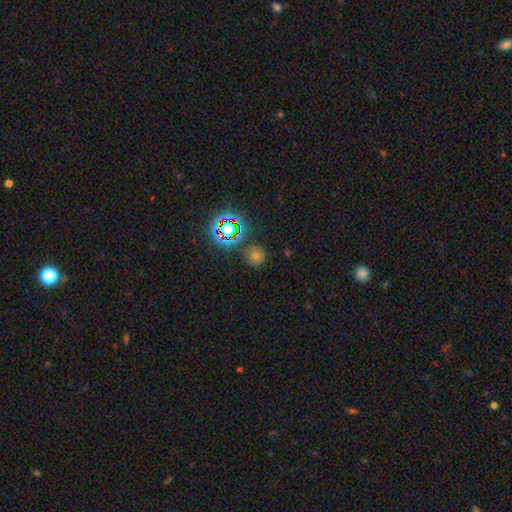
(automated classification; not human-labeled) Q: Smooth or featured?
A: smooth (50%); runner-up: star or artifact (40%)
Q: How rounded?
A: round (89%); runner-up: in between (10%)
Q: Merging?
A: none (79%); runner-up: minor disturbance (11%)